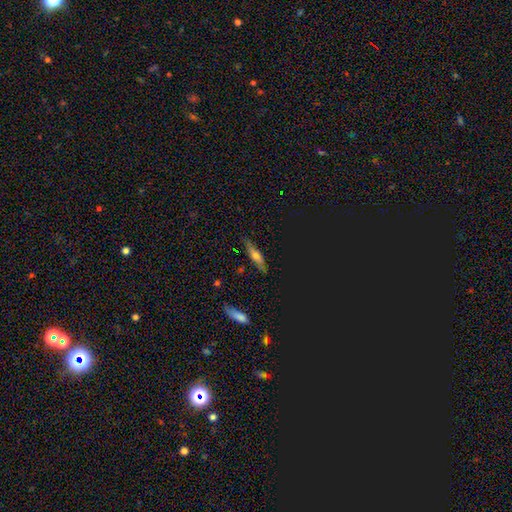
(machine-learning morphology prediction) smooth 43%, featured or disk 40%, star or artifact 18%. Down the decision tree: merging — none (82%).